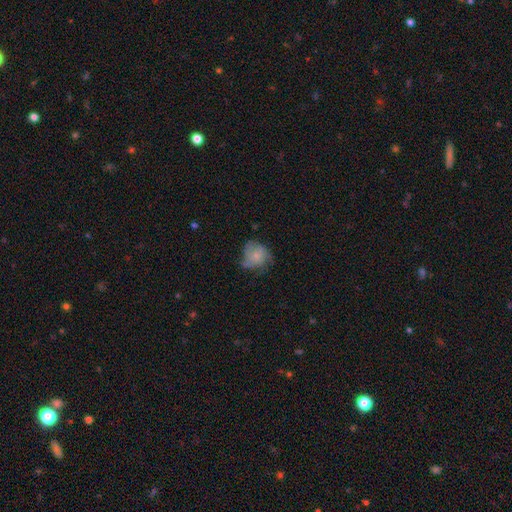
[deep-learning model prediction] Smooth or featured: smooth — 53% (featured or disk — 39%)
How rounded: round — 71% (in between — 28%)
Merging: none — 45% (minor disturbance — 33%)